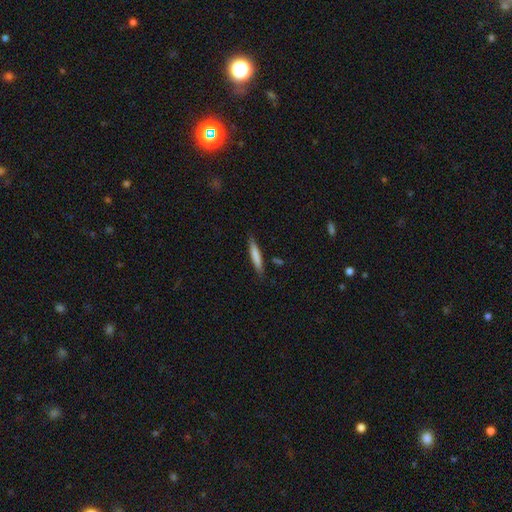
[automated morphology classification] smooth 76%, featured or disk 18%, star or artifact 6%. Down the decision tree: how rounded — cigar-shaped (92%); merging — none (85%).